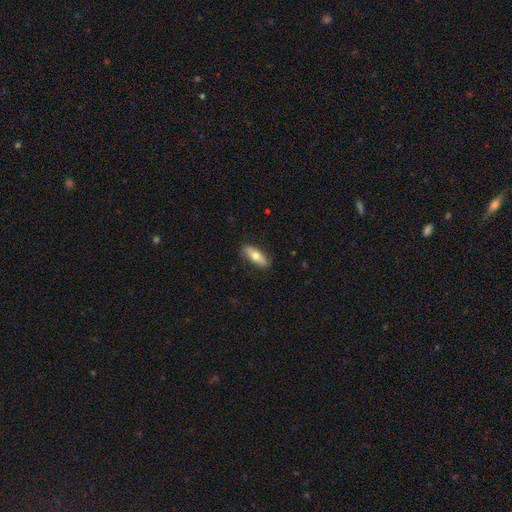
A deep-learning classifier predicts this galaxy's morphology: This is likely a smooth galaxy (68%). How rounded: likely in between (61%). Merging: clearly none (86%).